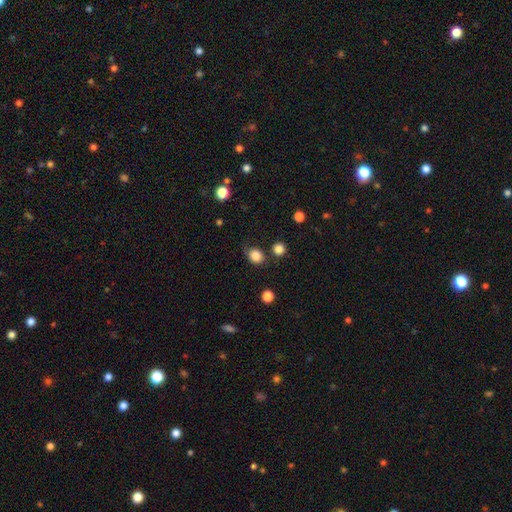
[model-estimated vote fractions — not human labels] Smooth or featured?
  - smooth: 85% *
  - star or artifact: 11%
  - featured or disk: 5%
How rounded?
  - round: 71% *
  - in between: 28%
  - cigar-shaped: 1%
Merging?
  - none: 68% *
  - minor disturbance: 20%
  - major disturbance: 6%
  - merger: 6%